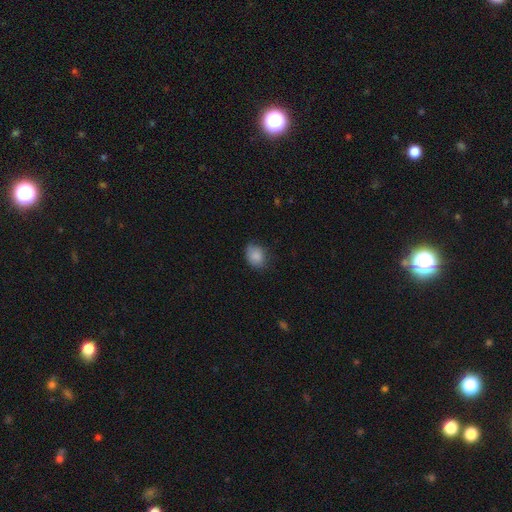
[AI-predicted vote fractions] smooth-or-featured: smooth: 85% | star or artifact: 8% | featured or disk: 7%
  how-rounded: in between: 53% | round: 46% | cigar-shaped: 1%
  merging: none: 68% | minor disturbance: 25% | major disturbance: 5% | merger: 1%